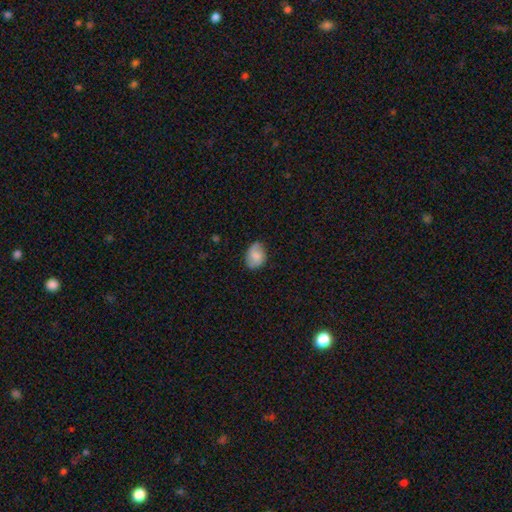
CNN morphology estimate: Q: Smooth or featured?
A: smooth (70%); runner-up: featured or disk (23%)
Q: How rounded?
A: in between (67%); runner-up: round (32%)
Q: Merging?
A: none (67%); runner-up: minor disturbance (26%)